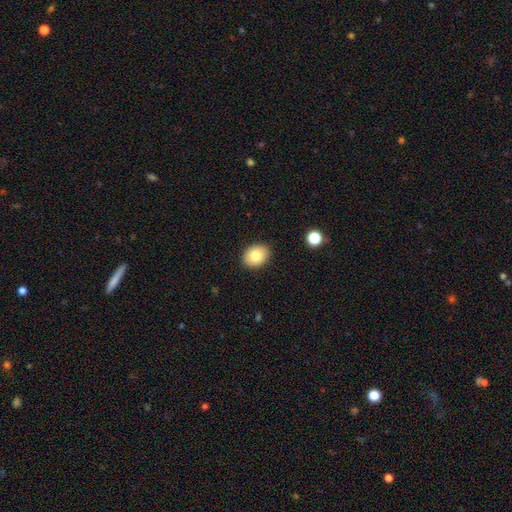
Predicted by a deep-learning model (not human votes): Smooth or featured?
  - smooth: 83% *
  - featured or disk: 9%
  - star or artifact: 8%
How rounded?
  - in between: 67% *
  - round: 32%
  - cigar-shaped: 1%
Merging?
  - none: 89% *
  - minor disturbance: 8%
  - major disturbance: 2%
  - merger: 1%